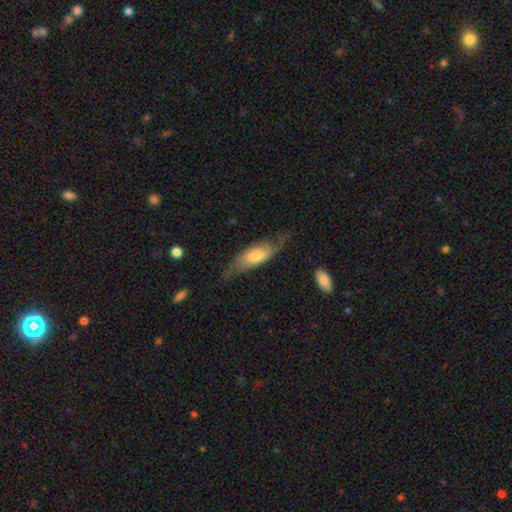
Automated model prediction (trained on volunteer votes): featured or disk 52%, smooth 41%, star or artifact 6%. Down the decision tree: edge-on disk — no (67%); merging — none (59%).